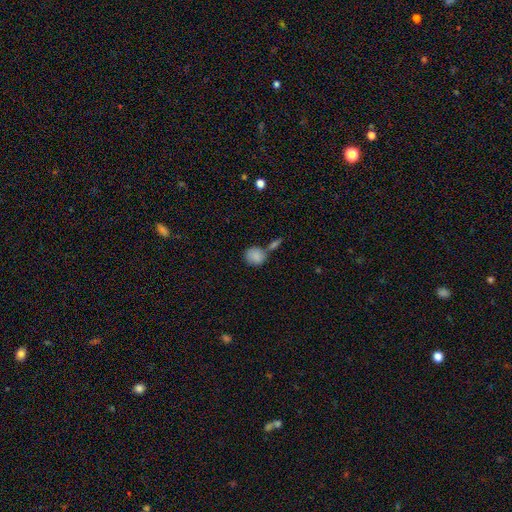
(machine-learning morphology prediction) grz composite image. It shows a smooth galaxy with no disk features (86%) that is round (77%). Merging: none (56%).